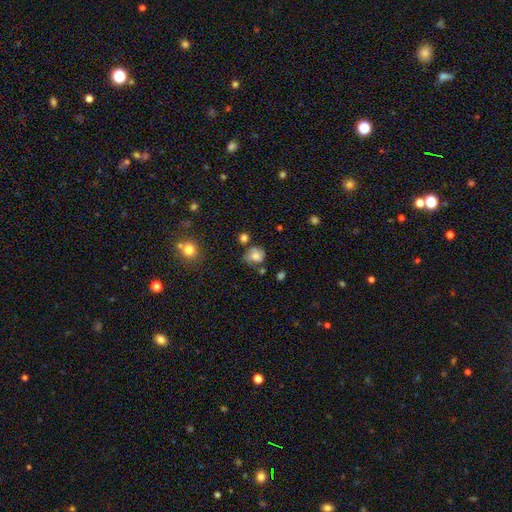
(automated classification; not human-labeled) smooth-or-featured: smooth: 60% | featured or disk: 28% | star or artifact: 11%
  how-rounded: round: 68% | in between: 31% | cigar-shaped: 1%
  merging: none: 50% | minor disturbance: 27% | major disturbance: 13% | merger: 11%